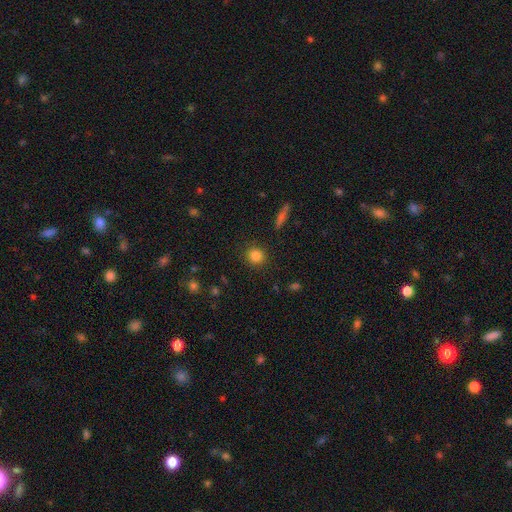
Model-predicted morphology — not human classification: Overall: smooth (83%). How rounded: round (90%). Merging: none (90%).